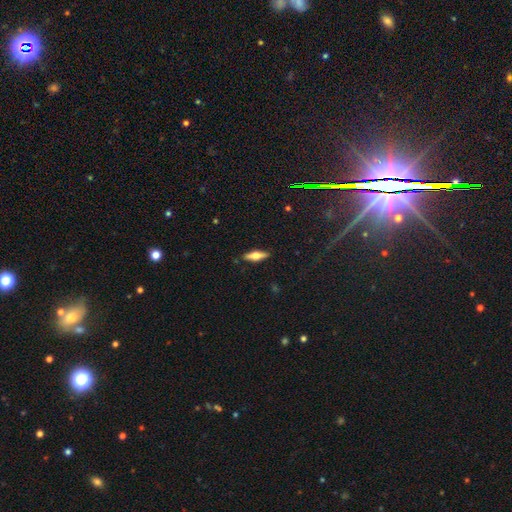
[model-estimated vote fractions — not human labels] Smooth or featured?
  - smooth: 48% *
  - featured or disk: 45%
  - star or artifact: 7%
Merging?
  - none: 88% *
  - minor disturbance: 9%
  - major disturbance: 2%
  - merger: 1%